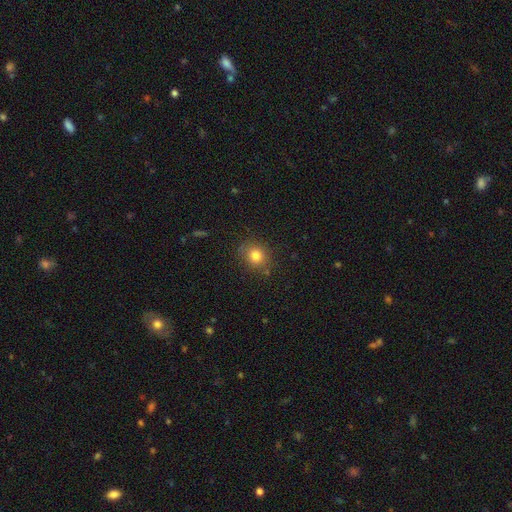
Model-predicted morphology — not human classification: This is clearly a smooth galaxy (80%). How rounded: likely round (76%). Merging: clearly none (82%).